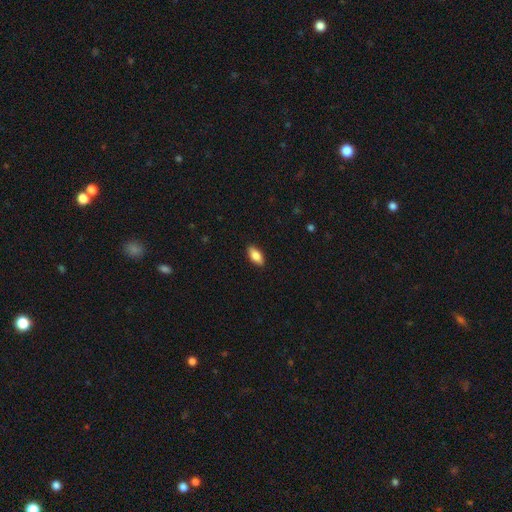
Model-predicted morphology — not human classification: The model was most divided on "smooth or featured": smooth: 82%, featured or disk: 12%, star or artifact: 7%. More confident: merging — none (89%); how rounded — in between (88%).